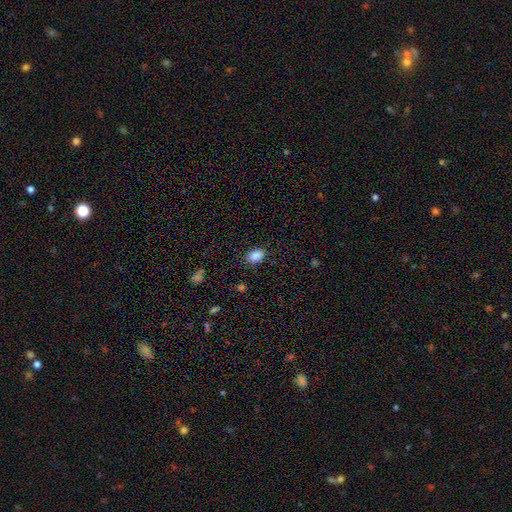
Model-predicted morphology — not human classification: This is clearly a smooth galaxy (87%). How rounded: likely in between (80%). Merging: clearly none (82%).